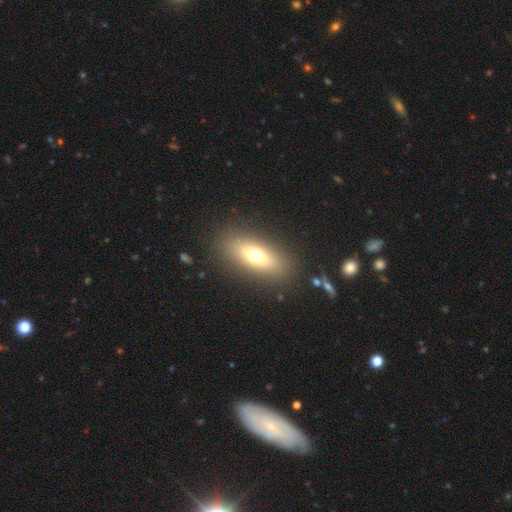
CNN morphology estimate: The model was most divided on "how rounded": in between: 66%, cigar-shaped: 29%, round: 4%. More confident: merging — none (86%); smooth or featured — smooth (65%).